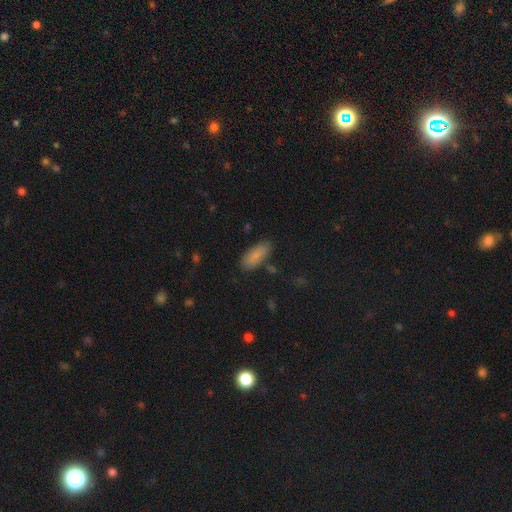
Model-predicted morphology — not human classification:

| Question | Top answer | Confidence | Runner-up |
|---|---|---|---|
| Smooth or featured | smooth | 85% | featured or disk (9%) |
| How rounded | in between | 79% | cigar-shaped (19%) |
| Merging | none | 82% | minor disturbance (12%) |